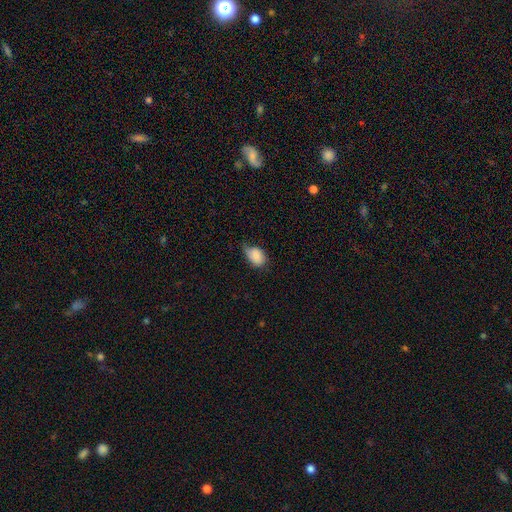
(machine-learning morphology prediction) A smooth galaxy with no disk features (84%) that is in between round and cigar-shaped (80%).

Vote fractions:
- Smooth or featured? smooth: 84% / featured or disk: 9% / star or artifact: 8%
- How rounded? in between: 80% / round: 19% / cigar-shaped: 1%
- Merging? minor disturbance: 44% / none: 40% / major disturbance: 14% / merger: 2%